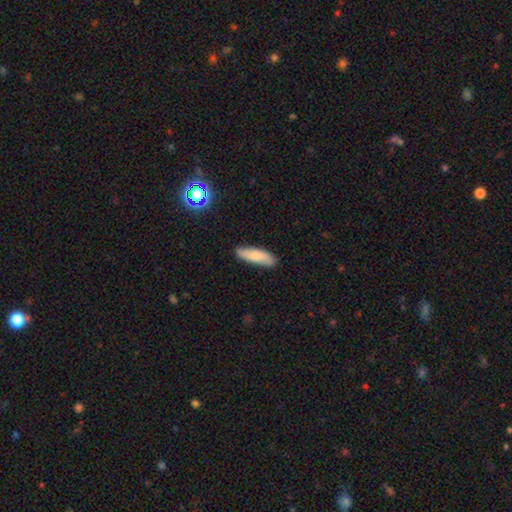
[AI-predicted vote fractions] smooth 78%, featured or disk 15%, star or artifact 6%. Down the decision tree: how rounded — cigar-shaped (56%); merging — none (83%).